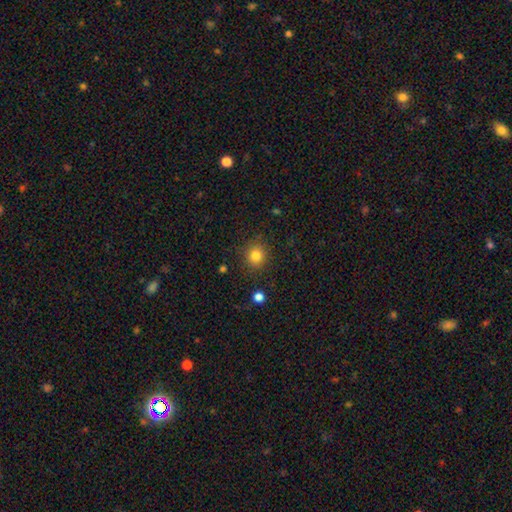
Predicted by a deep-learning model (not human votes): A smooth galaxy with no disk features (82%) that is round (89%). Merging: none (88%).